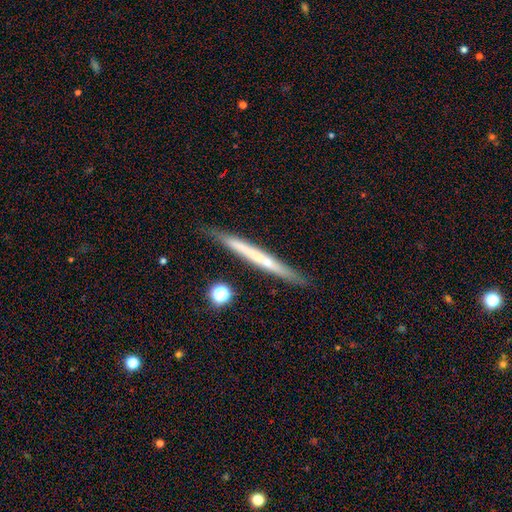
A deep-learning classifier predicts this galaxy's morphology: The model was most divided on "smooth or featured": featured or disk: 54%, smooth: 39%, star or artifact: 7%. More confident: edge-on disk — yes (96%); merging — none (86%); edge-on bulge — none (74%).